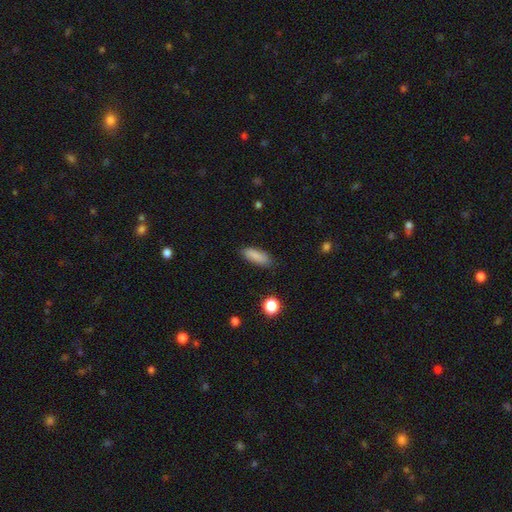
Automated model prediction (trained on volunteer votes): Smooth or featured?
  - smooth: 87% *
  - star or artifact: 8%
  - featured or disk: 5%
How rounded?
  - in between: 64% *
  - cigar-shaped: 34%
  - round: 2%
Merging?
  - none: 83% *
  - minor disturbance: 12%
  - major disturbance: 3%
  - merger: 2%